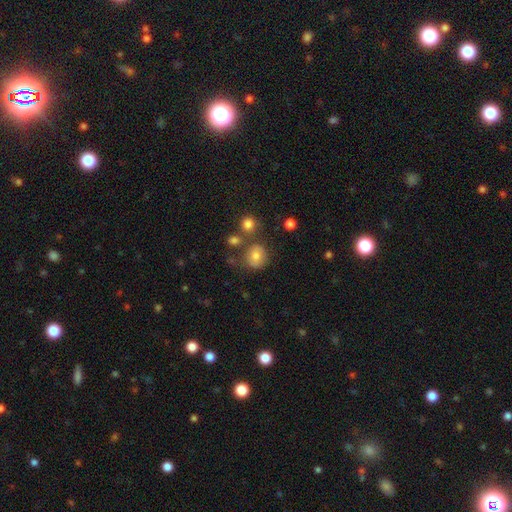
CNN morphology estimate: The model was most divided on "merging": none: 66%, minor disturbance: 17%, merger: 10%, major disturbance: 7%. More confident: how rounded — round (78%); smooth or featured — smooth (75%).